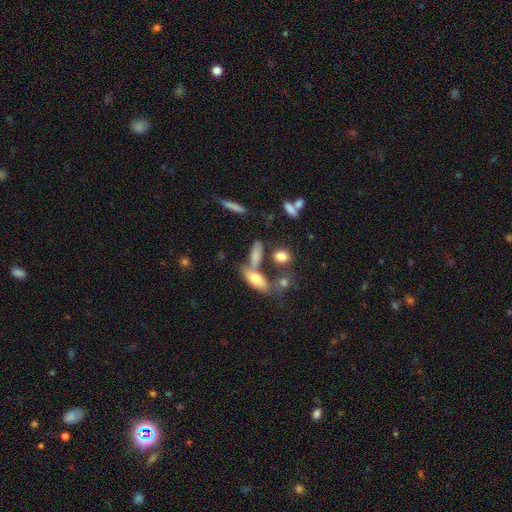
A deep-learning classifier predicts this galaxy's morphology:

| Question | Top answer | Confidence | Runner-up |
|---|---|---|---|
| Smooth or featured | smooth | 73% | featured or disk (17%) |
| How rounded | in between | 65% | cigar-shaped (28%) |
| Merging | none | 49% | merger (29%) |